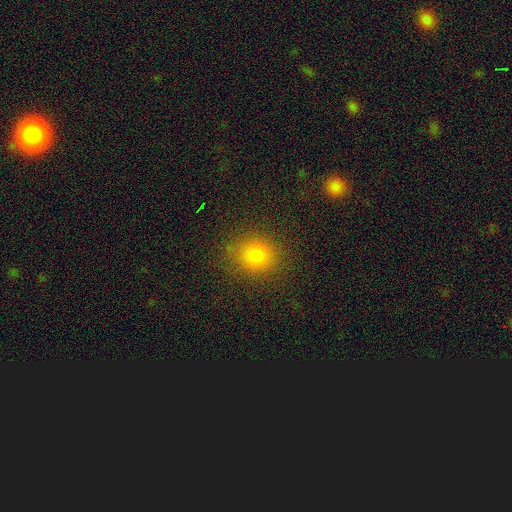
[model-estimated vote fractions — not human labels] Morphology: type=smooth (80%); roundness=round (79%); merging=none (87%).